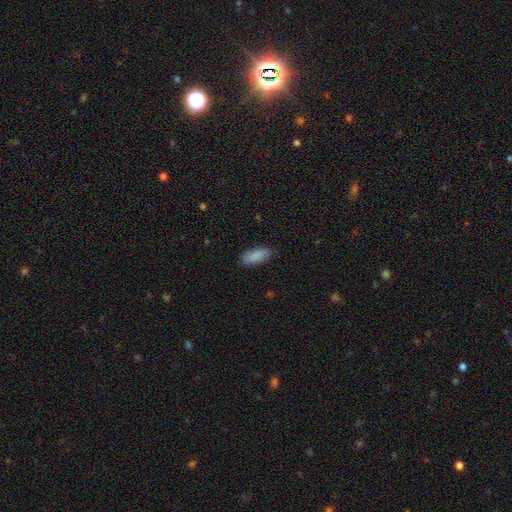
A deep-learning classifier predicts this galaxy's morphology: smooth 90%, star or artifact 6%, featured or disk 4%. Down the decision tree: how rounded — in between (84%); merging — none (86%).